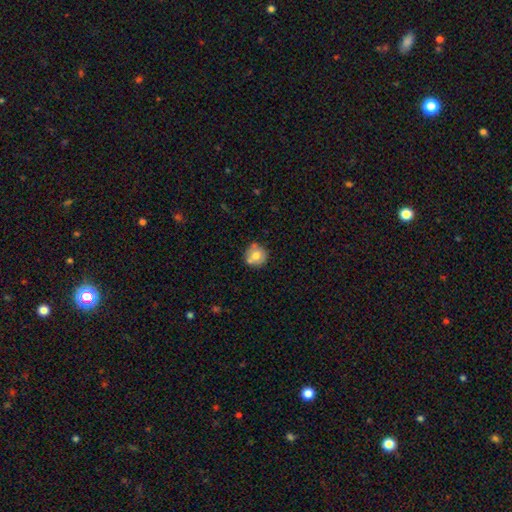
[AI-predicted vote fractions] smooth_or_featured: smooth (p=0.70) [alt: featured or disk p=0.21]
how_rounded: round (p=0.90) [alt: in between p=0.09]
merging: none (p=0.69) [alt: minor disturbance p=0.15]